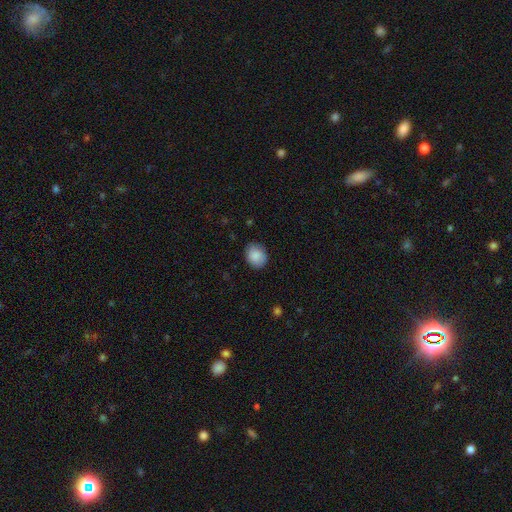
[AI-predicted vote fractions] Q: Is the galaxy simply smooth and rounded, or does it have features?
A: smooth — 87%.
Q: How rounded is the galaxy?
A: round — 55%.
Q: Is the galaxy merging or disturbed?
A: none — 83%.